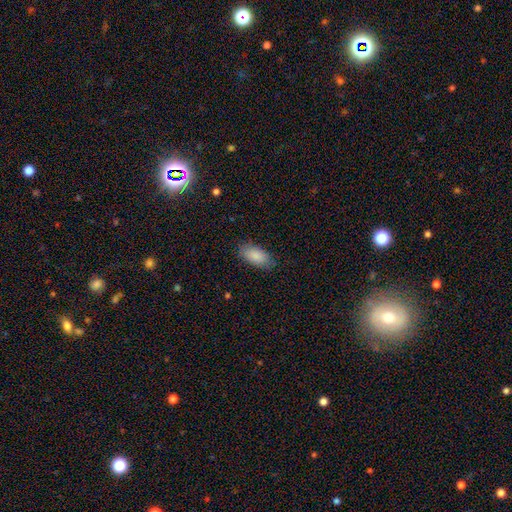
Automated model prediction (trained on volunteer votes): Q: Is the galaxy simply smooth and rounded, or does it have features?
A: smooth — 89%.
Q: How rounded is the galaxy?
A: in between — 92%.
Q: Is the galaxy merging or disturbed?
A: none — 84%.